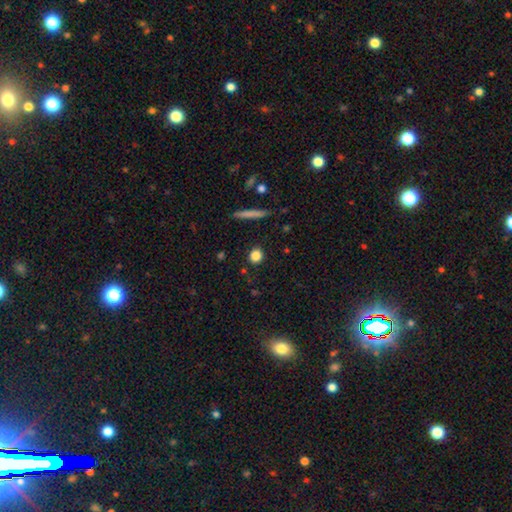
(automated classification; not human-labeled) Overall: smooth (83%). How rounded: round (83%). Merging: none (90%).